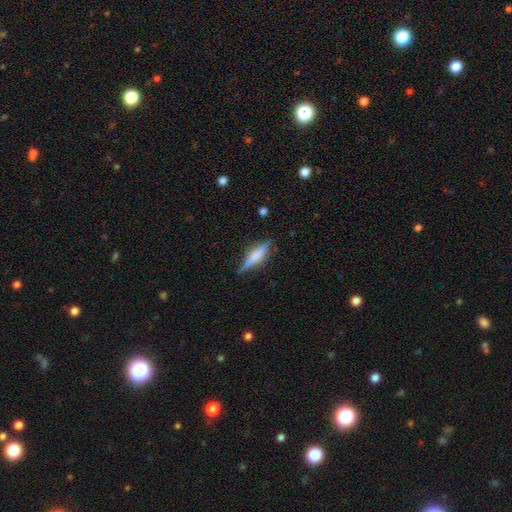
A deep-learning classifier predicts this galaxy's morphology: type=featured or disk (59%); edge-on=yes (96%); edge-on bulge=rounded (58%); merging=none (83%).